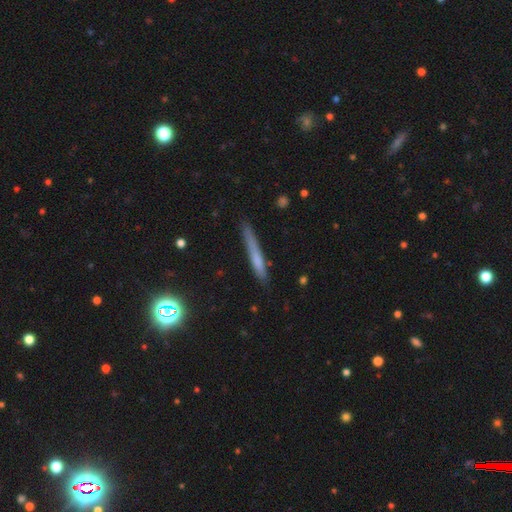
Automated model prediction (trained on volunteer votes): Smooth or featured? smooth (61%)
How rounded? cigar-shaped (95%)
Merging? none (77%)